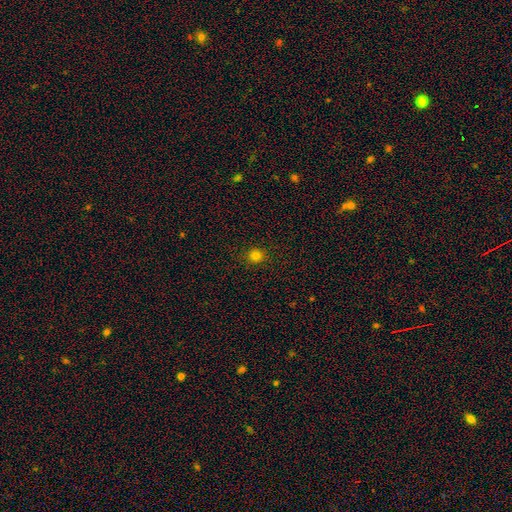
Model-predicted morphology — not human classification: smooth_or_featured: smooth (p=0.80) [alt: star or artifact p=0.15]
how_rounded: round (p=0.90) [alt: in between p=0.09]
merging: none (p=0.91) [alt: minor disturbance p=0.06]